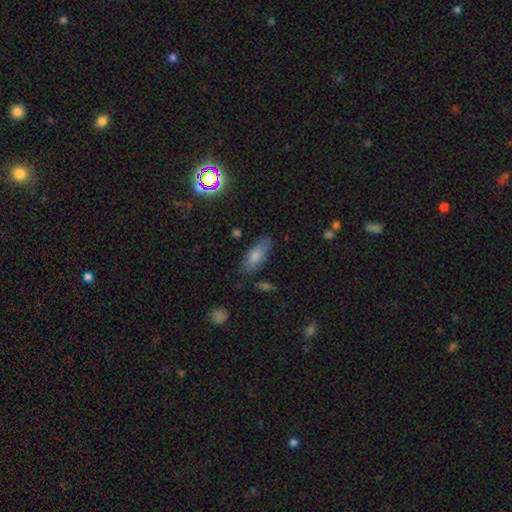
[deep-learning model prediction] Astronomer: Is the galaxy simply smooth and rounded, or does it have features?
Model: smooth — 74%.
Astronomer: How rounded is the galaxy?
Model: in between — 79%.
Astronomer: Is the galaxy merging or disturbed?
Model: none — 77%.